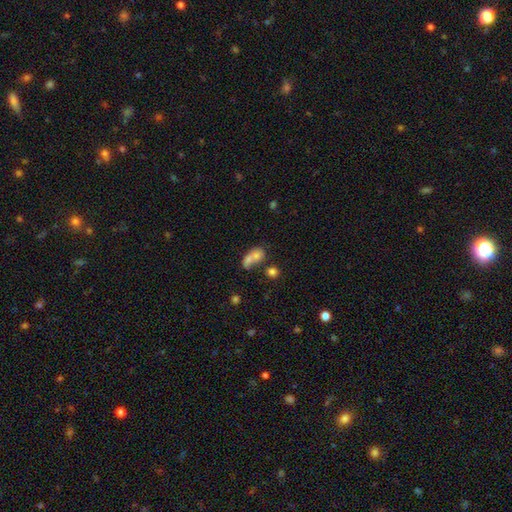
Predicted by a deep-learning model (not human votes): This appears to be a smooth galaxy with no disk features (70%) that is in between round and cigar-shaped (73%). Merging: merger (51%).